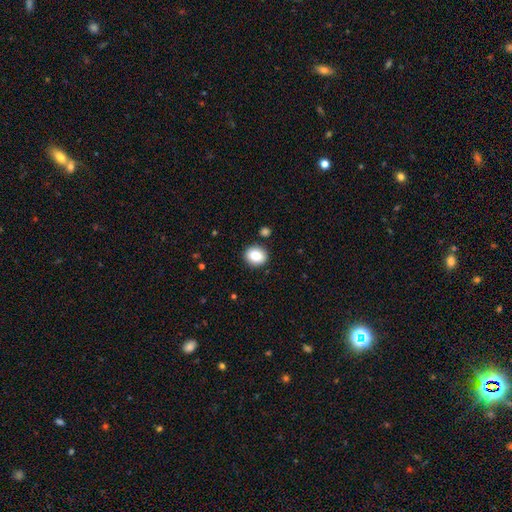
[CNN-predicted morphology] Smooth or featured? smooth (86%)
How rounded? round (66%)
Merging? none (88%)